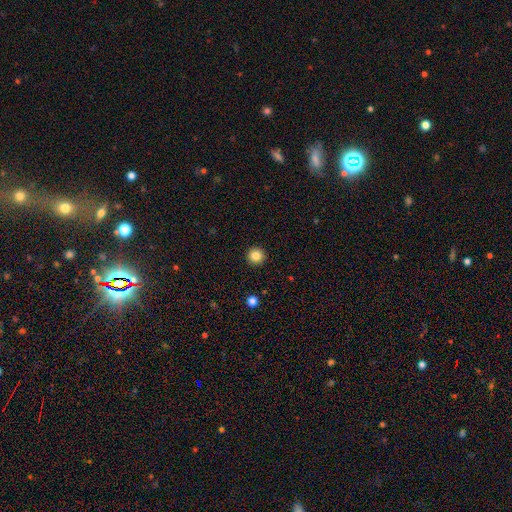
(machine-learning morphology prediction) Smooth or featured? Predicted: smooth (p=0.85). How rounded? Predicted: round (p=0.96). Merging? Predicted: none (p=0.94).